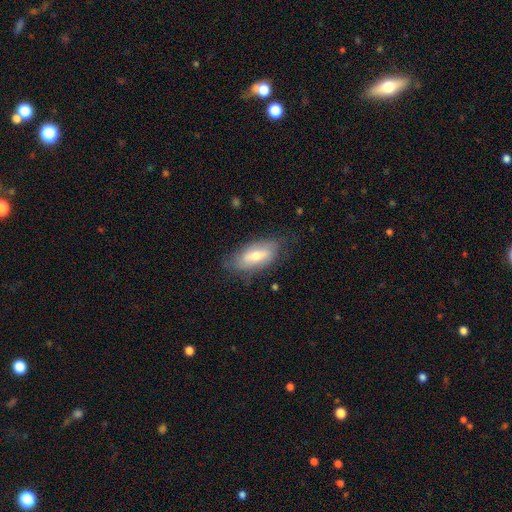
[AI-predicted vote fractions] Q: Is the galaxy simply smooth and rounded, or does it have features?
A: smooth — 57%.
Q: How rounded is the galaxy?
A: in between — 85%.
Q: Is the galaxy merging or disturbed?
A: none — 71%.